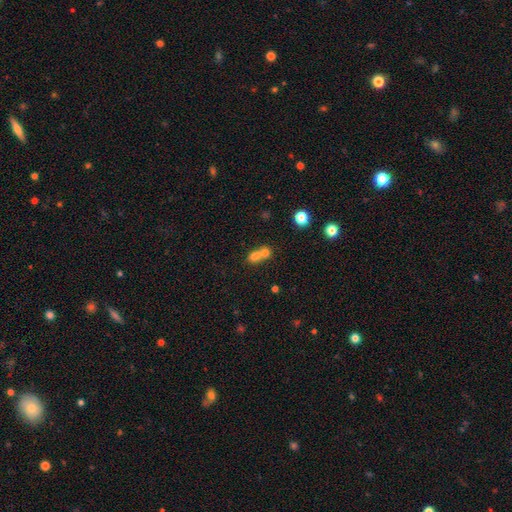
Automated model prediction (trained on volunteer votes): The model was most divided on "how rounded": round: 52%, in between: 45%, cigar-shaped: 3%. More confident: smooth or featured — smooth (72%); merging — merger (69%).